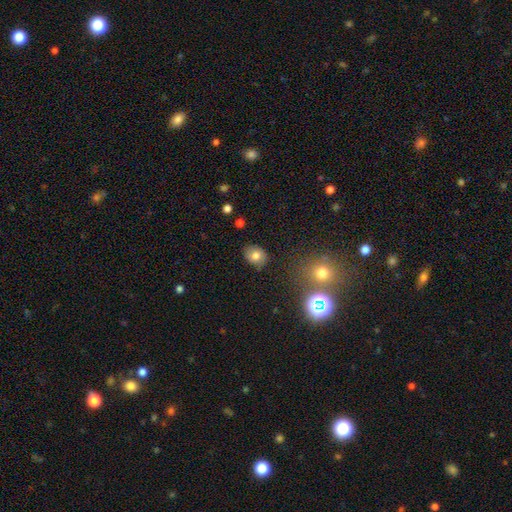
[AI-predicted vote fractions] This appears to be a smooth galaxy with no disk features (75%) that is round (53%). Merging: none (80%).